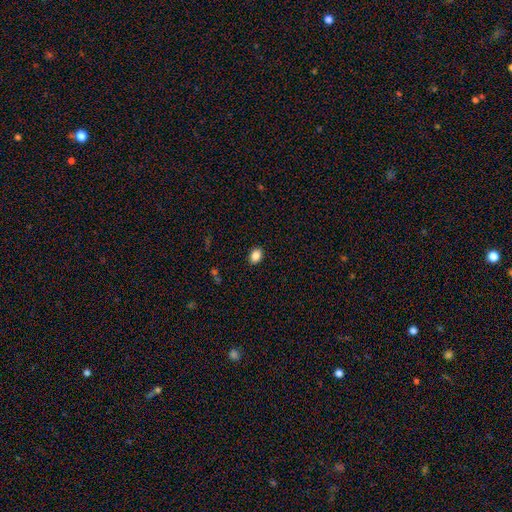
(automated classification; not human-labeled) This is clearly a smooth galaxy (87%). How rounded: likely in between (75%). Merging: clearly none (90%).